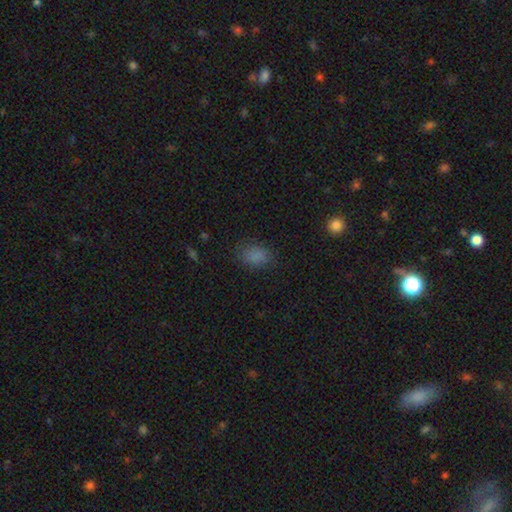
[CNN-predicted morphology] smooth-or-featured: smooth: 82% | star or artifact: 13% | featured or disk: 5%
  how-rounded: in between: 77% | round: 21% | cigar-shaped: 1%
  merging: none: 78% | minor disturbance: 16% | major disturbance: 5% | merger: 1%